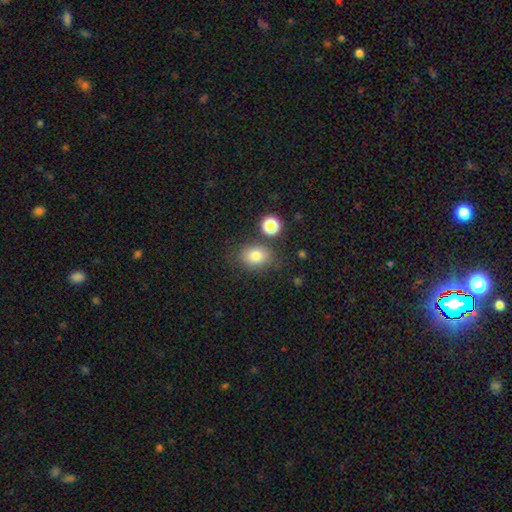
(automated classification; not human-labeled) A smooth galaxy with no disk features (80%) that is in between round and cigar-shaped (59%).

Vote fractions:
- Smooth or featured? smooth: 80% / star or artifact: 11% / featured or disk: 9%
- How rounded? in between: 59% / round: 40% / cigar-shaped: 1%
- Merging? none: 73% / minor disturbance: 14% / merger: 8% / major disturbance: 5%